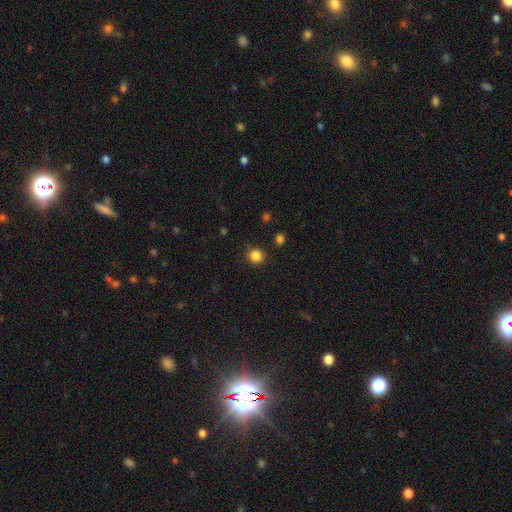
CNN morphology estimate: smooth_or_featured: smooth (p=0.85) [alt: star or artifact p=0.12]
how_rounded: round (p=0.92) [alt: in between p=0.07]
merging: none (p=0.90) [alt: minor disturbance p=0.06]